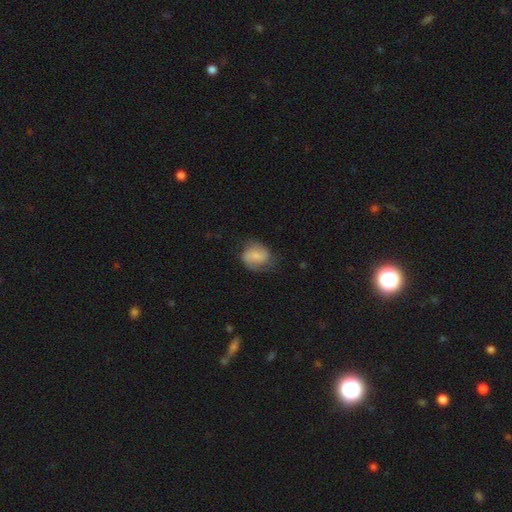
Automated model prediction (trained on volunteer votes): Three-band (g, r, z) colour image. It shows a smooth galaxy with no disk features (54%) that is round (60%). Merging: none (64%).